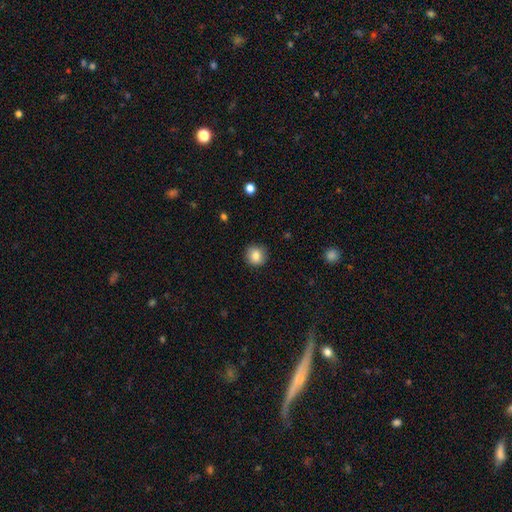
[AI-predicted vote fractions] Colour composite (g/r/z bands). It shows a smooth galaxy with no disk features (83%) that is round (90%). Merging: none (89%).